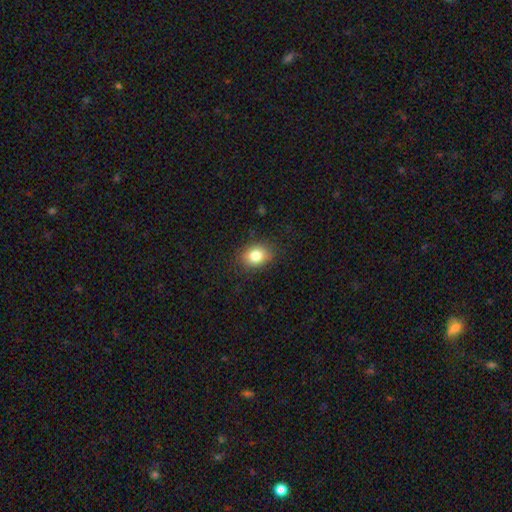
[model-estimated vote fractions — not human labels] smooth 83%, star or artifact 9%, featured or disk 8%. Down the decision tree: how rounded — in between (58%); merging — none (85%).